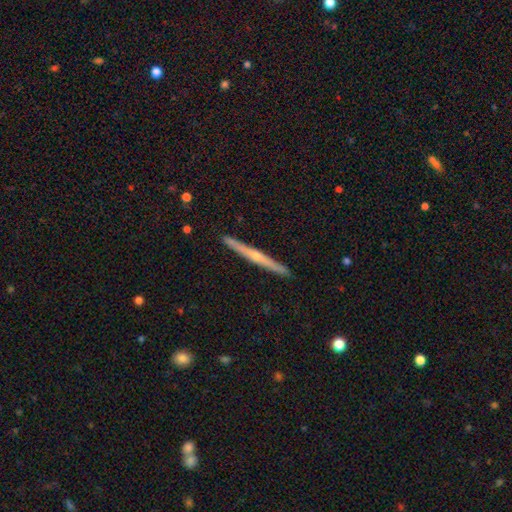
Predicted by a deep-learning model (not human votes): A featured or disk galaxy (67%) viewed edge-on (98%) with a rounded central bulge (65%). Merging: none (92%).